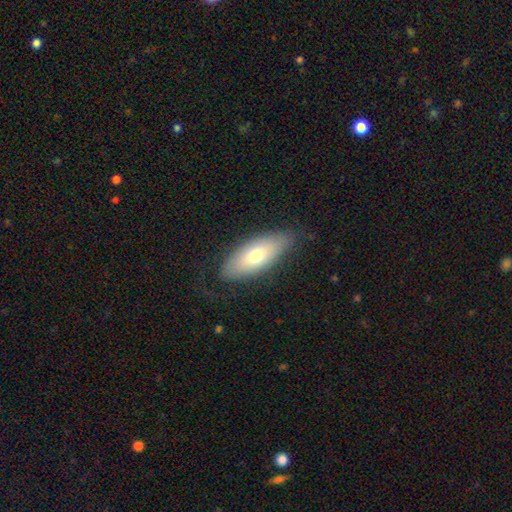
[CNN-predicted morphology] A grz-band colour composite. It shows a smooth galaxy with no disk features (69%) that is in between round and cigar-shaped (82%). Merging: none (77%).